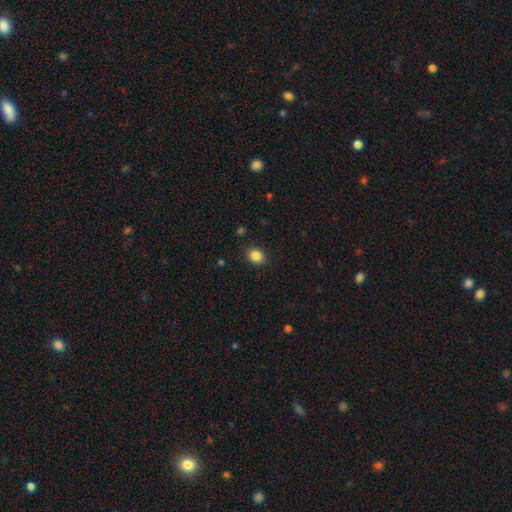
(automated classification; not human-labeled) Overall: smooth (86%). How rounded: round (63%; in between 37%). Merging: none (90%).